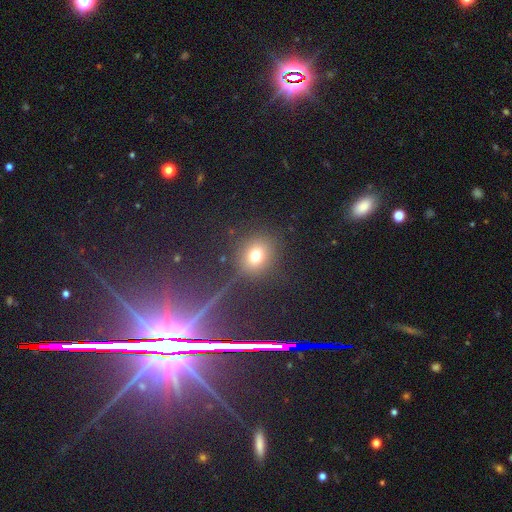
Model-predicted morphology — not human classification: Smooth or featured? smooth (69%)
How rounded? round (78%)
Merging? none (83%)